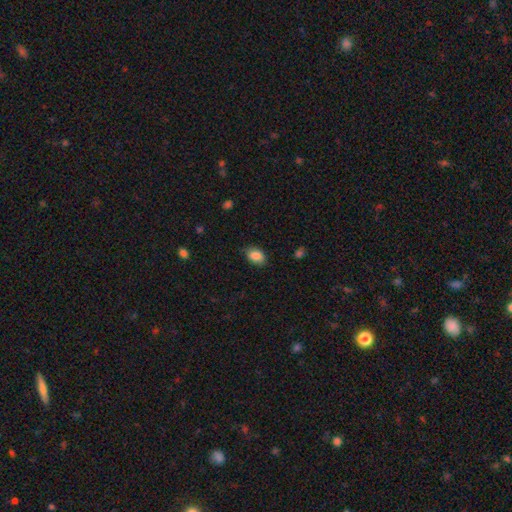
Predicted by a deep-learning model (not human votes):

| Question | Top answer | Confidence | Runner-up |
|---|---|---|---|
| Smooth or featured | smooth | 86% | star or artifact (8%) |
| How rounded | in between | 84% | round (15%) |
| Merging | none | 80% | minor disturbance (15%) |